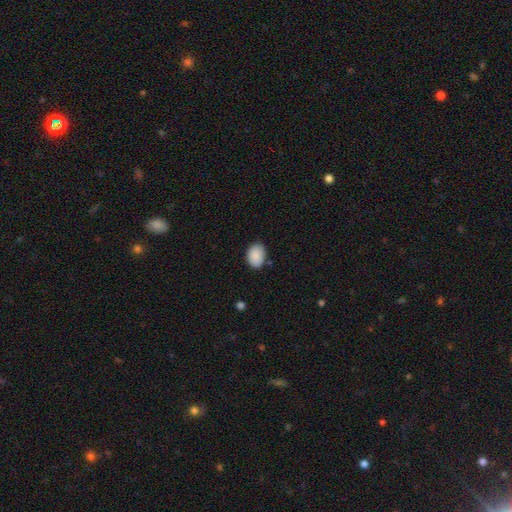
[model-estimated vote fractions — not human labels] This appears to be a smooth galaxy with no disk features (89%) that is in between round and cigar-shaped (73%). Merging: none (82%).